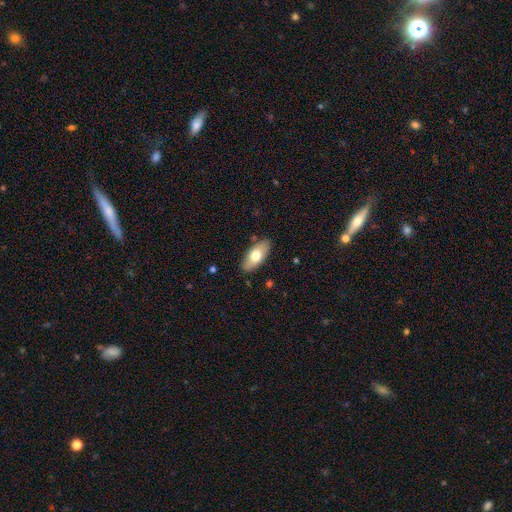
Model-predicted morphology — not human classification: A smooth galaxy with no disk features (69%) that is in between round and cigar-shaped (89%).

Vote fractions:
- Smooth or featured? smooth: 69% / featured or disk: 24% / star or artifact: 6%
- How rounded? in between: 89% / cigar-shaped: 9% / round: 3%
- Merging? none: 86% / minor disturbance: 10% / major disturbance: 2% / merger: 1%